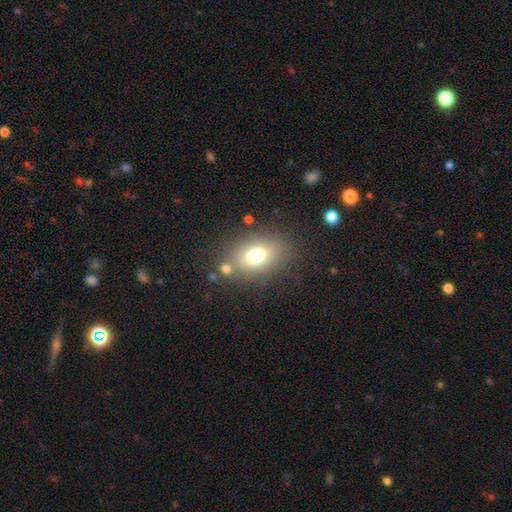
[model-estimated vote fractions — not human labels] Smooth or featured?
  - smooth: 73% *
  - featured or disk: 15%
  - star or artifact: 13%
How rounded?
  - in between: 73% *
  - round: 25%
  - cigar-shaped: 2%
Merging?
  - none: 75% *
  - minor disturbance: 12%
  - merger: 8%
  - major disturbance: 5%